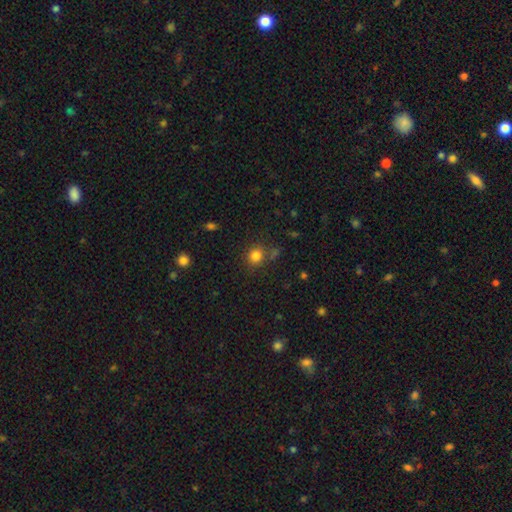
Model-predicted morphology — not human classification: Smooth or featured? Predicted: smooth (p=0.81). How rounded? Predicted: round (p=0.86). Merging? Predicted: none (p=0.77).